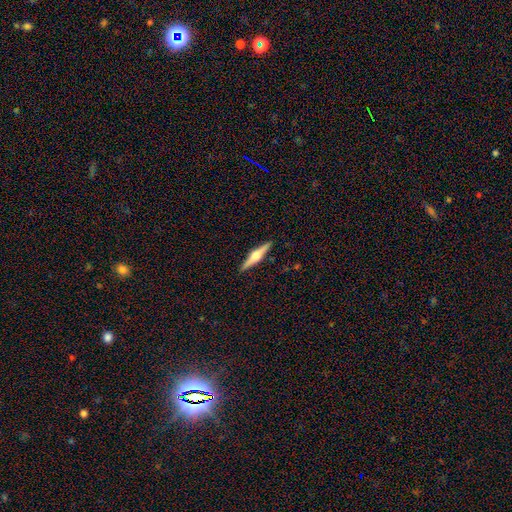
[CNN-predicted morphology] Smooth or featured: featured or disk — 72% (smooth — 23%)
Edge-on disk: yes — 98% (no — 2%)
Edge-on bulge: rounded — 92% (boxy — 6%)
Merging: none — 91% (minor disturbance — 6%)